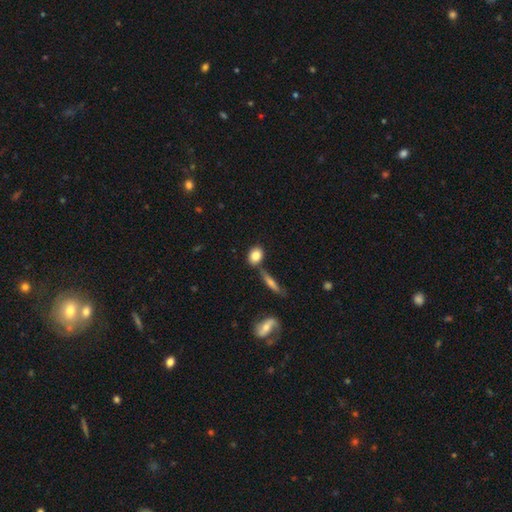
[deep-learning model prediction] smooth 82%, featured or disk 10%, star or artifact 8%. Down the decision tree: how rounded — in between (60%); merging — none (62%).